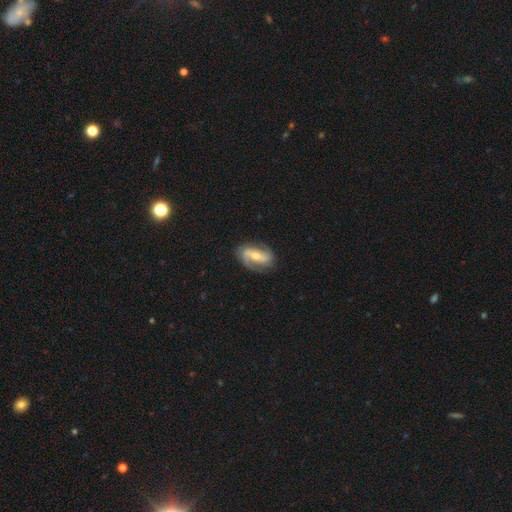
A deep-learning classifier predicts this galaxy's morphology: A featured or disk galaxy (80%) with a strong bar (36%), 2 (86%) medium (44%) spiral arms (93%) and a moderate central bulge (52%). Merging: none (78%).